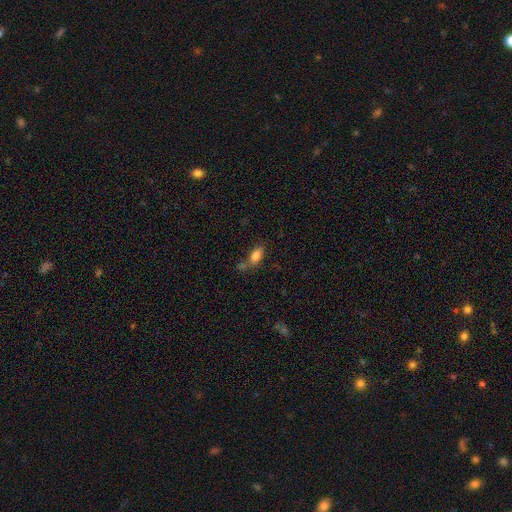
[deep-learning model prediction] Smooth or featured: smooth — 82% (star or artifact — 10%)
How rounded: in between — 87% (cigar-shaped — 7%)
Merging: none — 46% (merger — 28%)